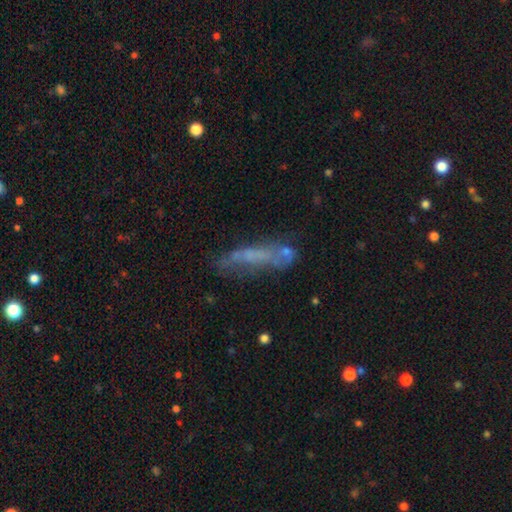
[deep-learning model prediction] Morphology: type=smooth (43%, tied with featured or disk); merging=none (48%).